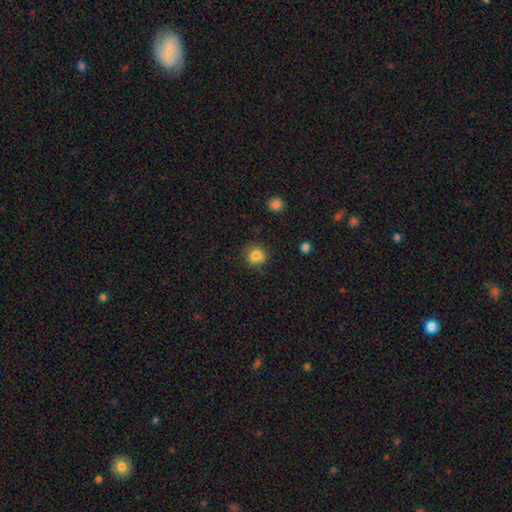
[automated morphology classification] smooth_or_featured: smooth (p=0.82) [alt: star or artifact p=0.11]
how_rounded: round (p=0.81) [alt: in between p=0.18]
merging: none (p=0.70) [alt: minor disturbance p=0.20]